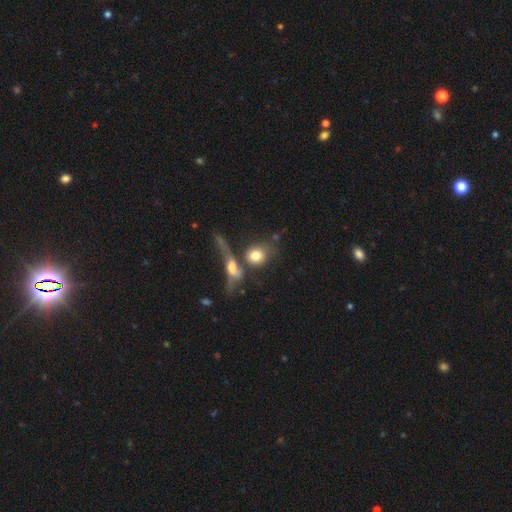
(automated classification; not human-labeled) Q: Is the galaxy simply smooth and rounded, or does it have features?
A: smooth — 72%.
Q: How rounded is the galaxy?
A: round — 67%.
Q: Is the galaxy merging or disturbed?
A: merger — 48%.